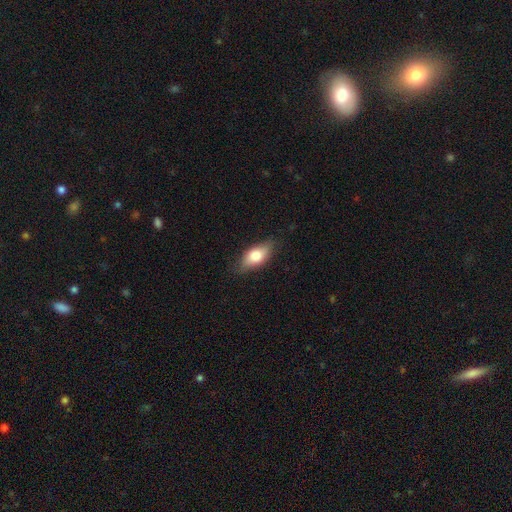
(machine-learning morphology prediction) smooth 71%, featured or disk 22%, star or artifact 7%. Down the decision tree: how rounded — in between (84%); merging — none (79%).